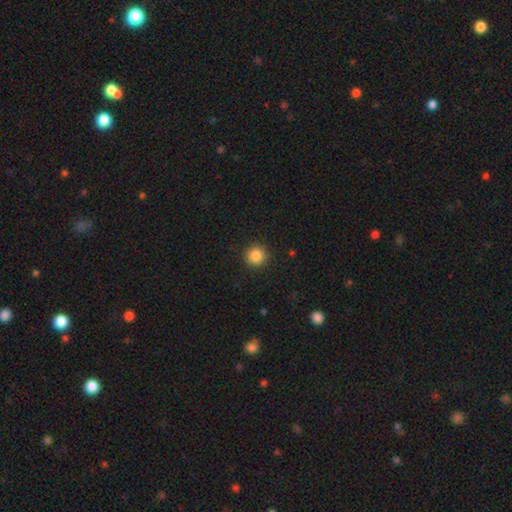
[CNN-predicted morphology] Smooth or featured: smooth — 86% (star or artifact — 10%)
How rounded: round — 95% (in between — 4%)
Merging: none — 92% (minor disturbance — 5%)